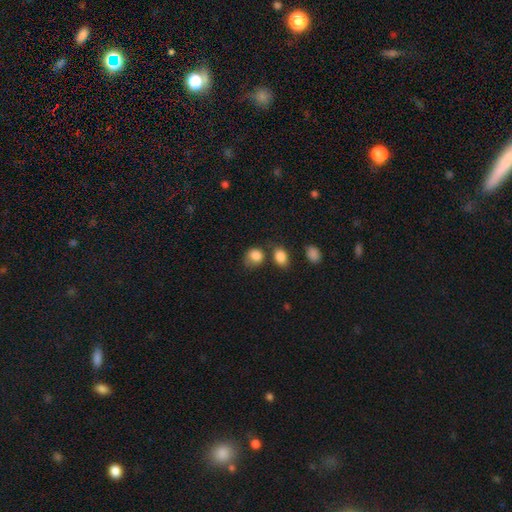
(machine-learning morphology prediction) type=smooth (86%); roundness=round (62%); merging=none (55%).